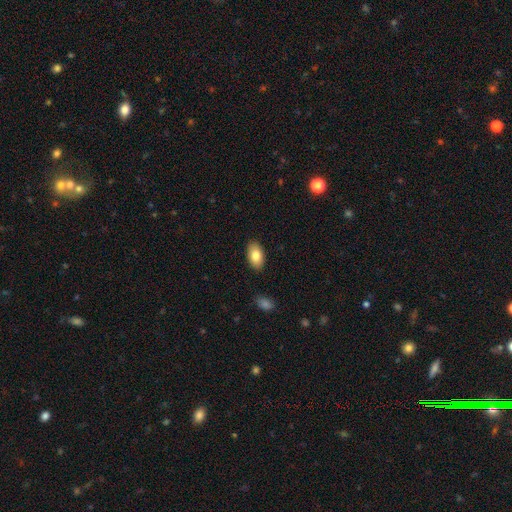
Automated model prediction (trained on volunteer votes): Smooth or featured? smooth (81%)
How rounded? in between (94%)
Merging? none (88%)